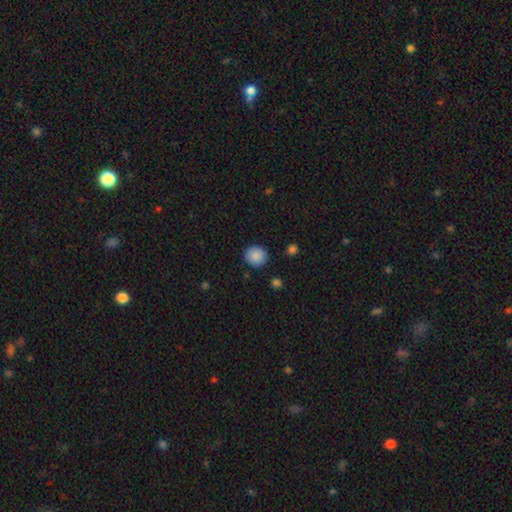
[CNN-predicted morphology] smooth-or-featured: smooth: 89% | star or artifact: 8% | featured or disk: 3%
  how-rounded: round: 87% | in between: 12% | cigar-shaped: 1%
  merging: none: 88% | minor disturbance: 8% | major disturbance: 2% | merger: 2%